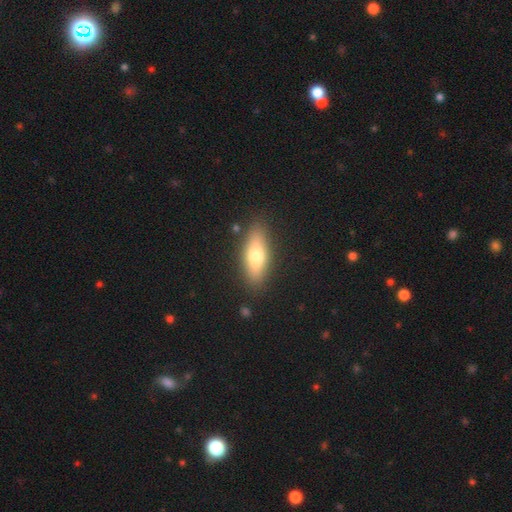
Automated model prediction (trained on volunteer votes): Smooth or featured? Predicted: smooth (p=0.67). How rounded? Predicted: in between (p=0.64). Merging? Predicted: none (p=0.85).